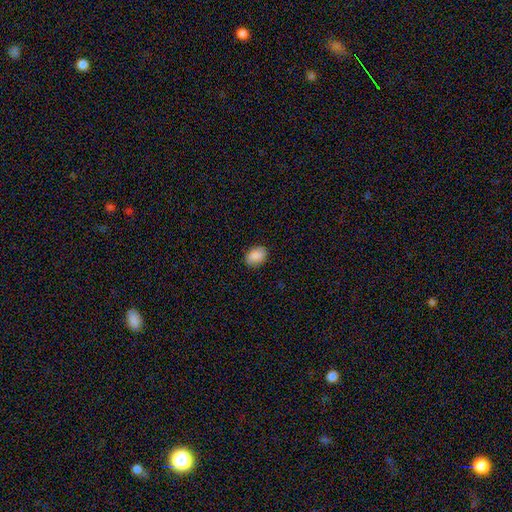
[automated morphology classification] Smooth or featured?
  - smooth: 86% *
  - star or artifact: 8%
  - featured or disk: 6%
How rounded?
  - in between: 75% *
  - round: 24%
  - cigar-shaped: 1%
Merging?
  - none: 87% *
  - minor disturbance: 10%
  - major disturbance: 2%
  - merger: 1%